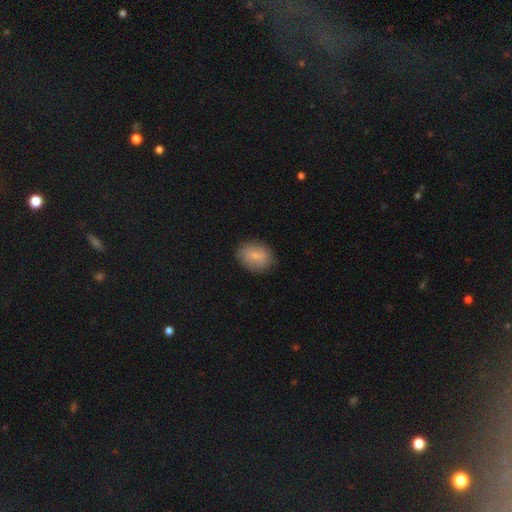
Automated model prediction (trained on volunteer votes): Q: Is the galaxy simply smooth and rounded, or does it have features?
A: smooth — 76%.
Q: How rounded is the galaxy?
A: in between — 71%.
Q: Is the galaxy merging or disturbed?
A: none — 82%.